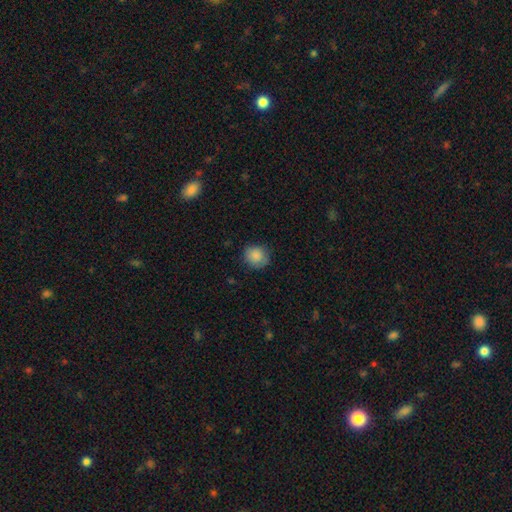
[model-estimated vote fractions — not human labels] A smooth galaxy with no disk features (87%) that is round (82%).

Vote fractions:
- Smooth or featured? smooth: 87% / star or artifact: 8% / featured or disk: 5%
- How rounded? round: 82% / in between: 17% / cigar-shaped: 1%
- Merging? none: 80% / minor disturbance: 16% / major disturbance: 3% / merger: 1%